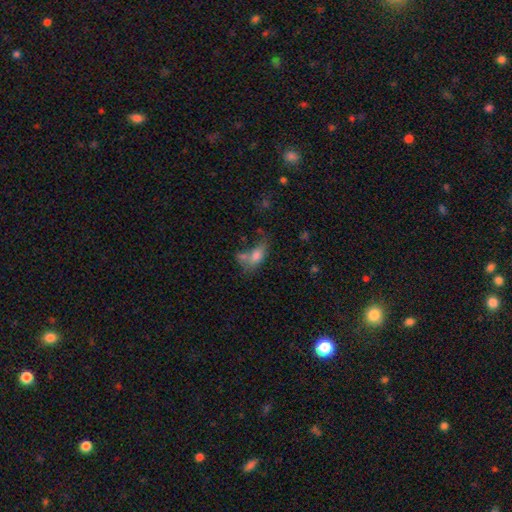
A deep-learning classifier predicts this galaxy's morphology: Smooth or featured: smooth — 71% (featured or disk — 18%)
How rounded: in between — 81% (cigar-shaped — 10%)
Merging: merger — 40% (none — 28%)